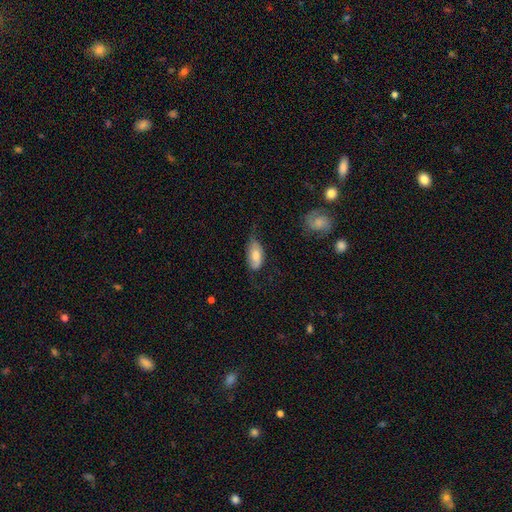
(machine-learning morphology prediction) smooth 72%, featured or disk 22%, star or artifact 6%. Down the decision tree: how rounded — in between (92%); merging — none (50%).